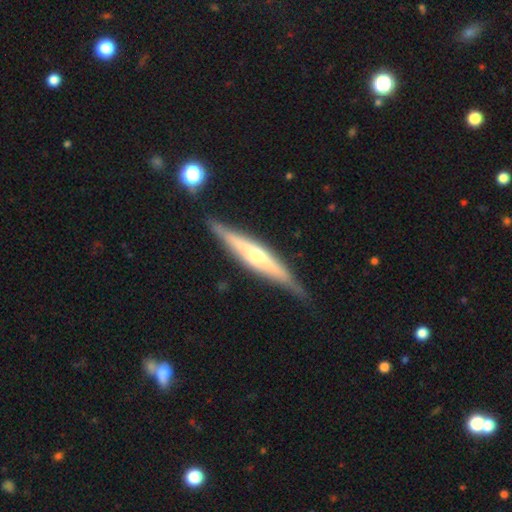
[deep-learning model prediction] Smooth or featured: featured or disk — 71% (smooth — 23%)
Edge-on disk: yes — 95% (no — 5%)
Edge-on bulge: rounded — 81% (none — 10%)
Merging: none — 84% (minor disturbance — 11%)